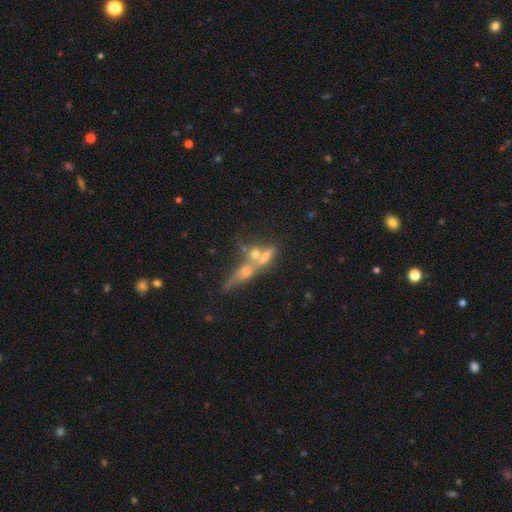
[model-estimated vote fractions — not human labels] smooth-or-featured: featured or disk: 54% | smooth: 28% | star or artifact: 17%
  disk-edge-on: yes: 52% | no: 48%
  merging: merger: 54% | none: 27% | major disturbance: 10% | minor disturbance: 9%